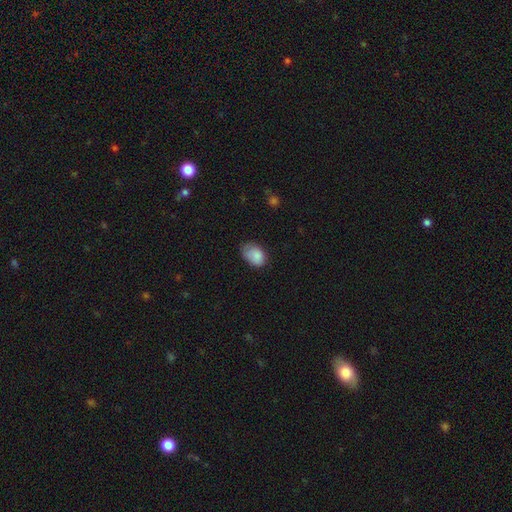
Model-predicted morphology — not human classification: Smooth or featured? Predicted: smooth (p=0.84). How rounded? Predicted: in between (p=0.84). Merging? Predicted: none (p=0.53).